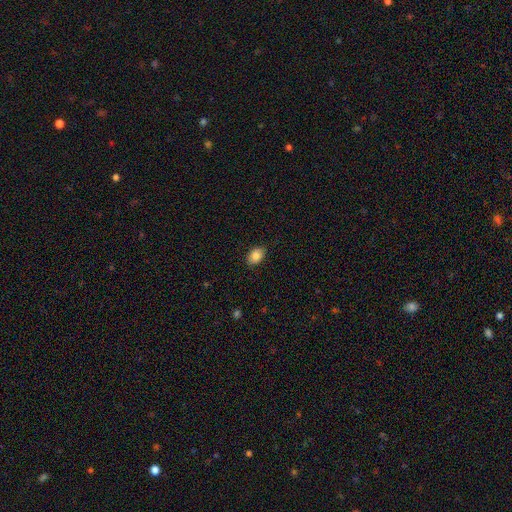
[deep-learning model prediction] Morphology: type=smooth (85%); roundness=in between (82%); merging=none (88%).